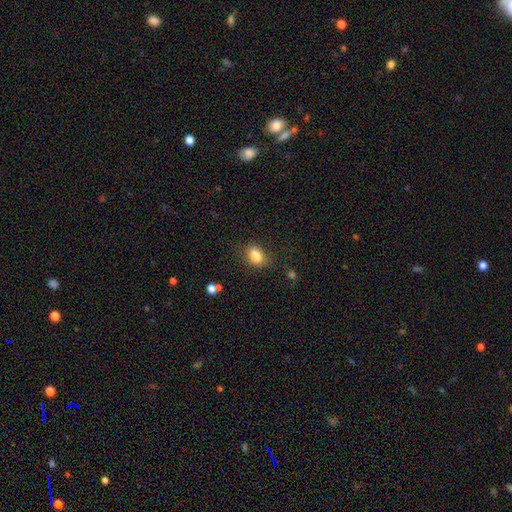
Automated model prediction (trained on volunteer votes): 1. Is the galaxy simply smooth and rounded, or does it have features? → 84% smooth, 9% star or artifact, 7% featured or disk.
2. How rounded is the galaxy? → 82% in between, 15% round, 3% cigar-shaped.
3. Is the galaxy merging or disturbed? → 77% none, 16% minor disturbance, 5% major disturbance, 3% merger.